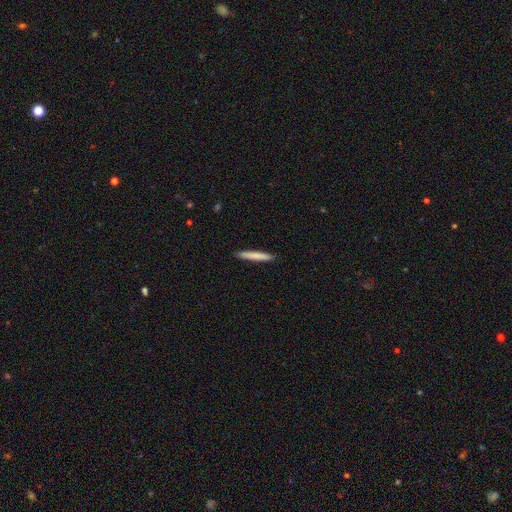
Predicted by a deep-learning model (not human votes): Smooth or featured?
  - smooth: 79% *
  - featured or disk: 16%
  - star or artifact: 5%
How rounded?
  - cigar-shaped: 96% *
  - in between: 3%
  - round: 1%
Merging?
  - none: 92% *
  - minor disturbance: 6%
  - major disturbance: 1%
  - merger: 1%